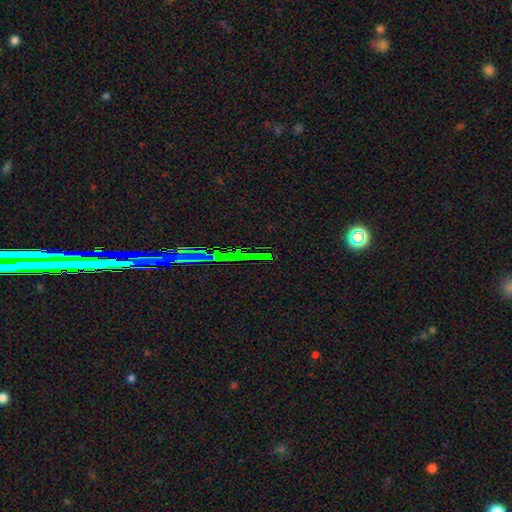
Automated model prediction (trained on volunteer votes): A star or artifact, not a galaxy (76%).

Vote fractions:
- Smooth or featured? star or artifact: 76% / smooth: 12% / featured or disk: 11%